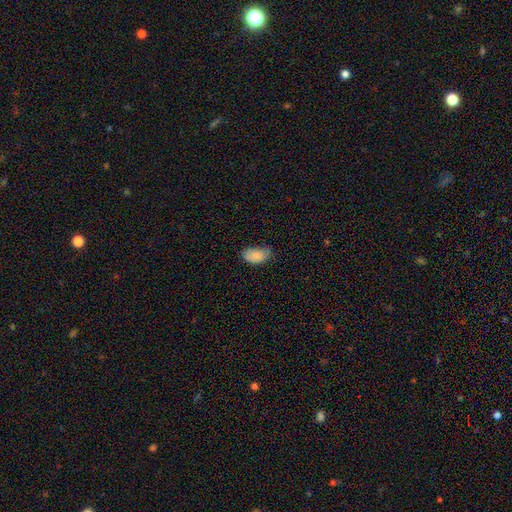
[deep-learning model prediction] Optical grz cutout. It shows a smooth galaxy with no disk features (84%) that is in between round and cigar-shaped (93%). Merging: none (54%).